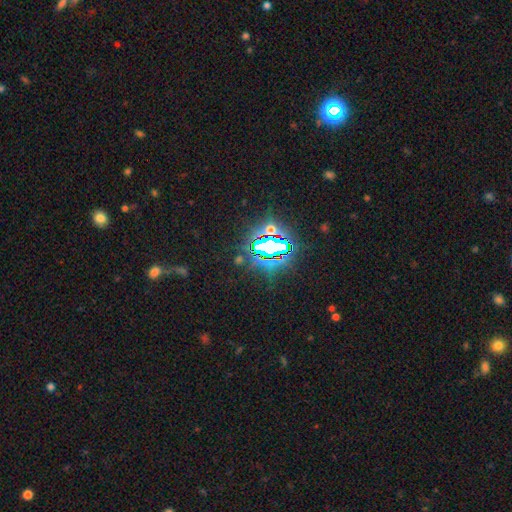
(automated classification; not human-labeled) Smooth or featured?
  - star or artifact: 84% *
  - smooth: 9%
  - featured or disk: 7%